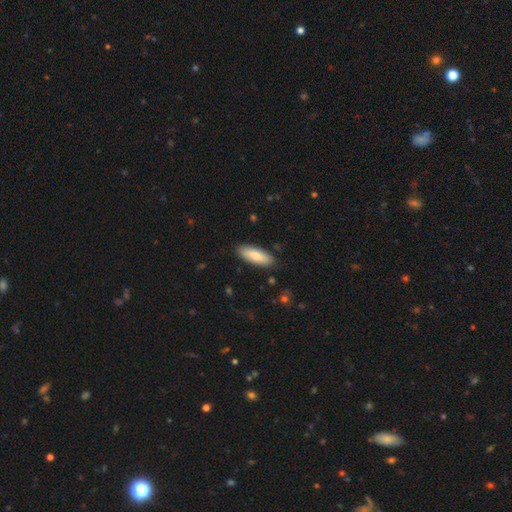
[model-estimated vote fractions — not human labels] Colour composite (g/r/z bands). It shows a smooth galaxy with no disk features (77%) that is in between round and cigar-shaped (67%). Merging: none (87%).